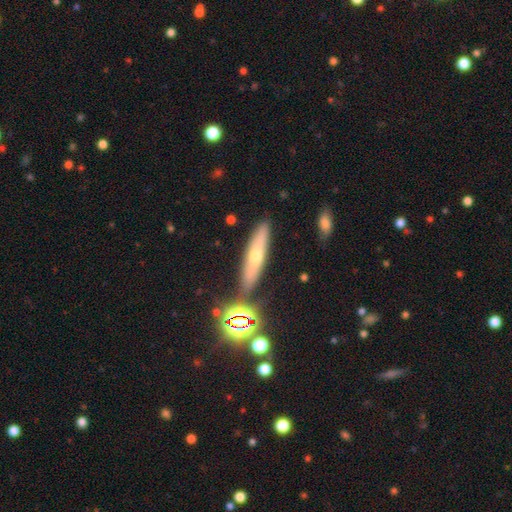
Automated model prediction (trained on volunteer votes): smooth-or-featured: smooth: 46% | featured or disk: 39% | star or artifact: 16%
  merging: none: 84% | minor disturbance: 9% | merger: 4% | major disturbance: 2%